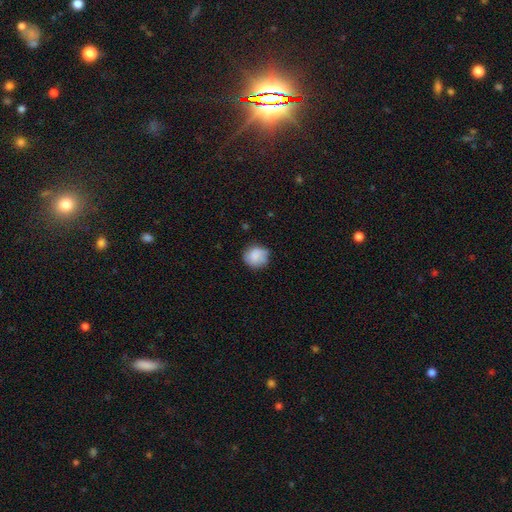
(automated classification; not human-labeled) Morphology: type=smooth (79%); roundness=round (82%); merging=none (67%).